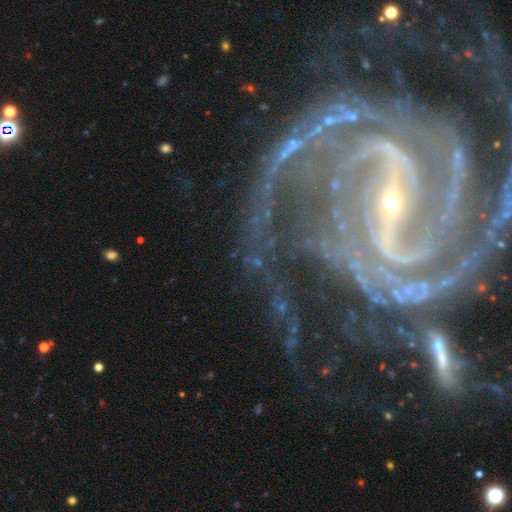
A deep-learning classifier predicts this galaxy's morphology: This is clearly a featured or disk galaxy (85%). It is clearly not viewed edge-on (96%). Bar: likely strong (60%). Spiral arm pattern: clearly yes (95%). Spiral arm count: marginally 2 (36%). Spiral winding: possibly tight (47%). Central bulge: likely small (79%). Merging: possibly none (59%).